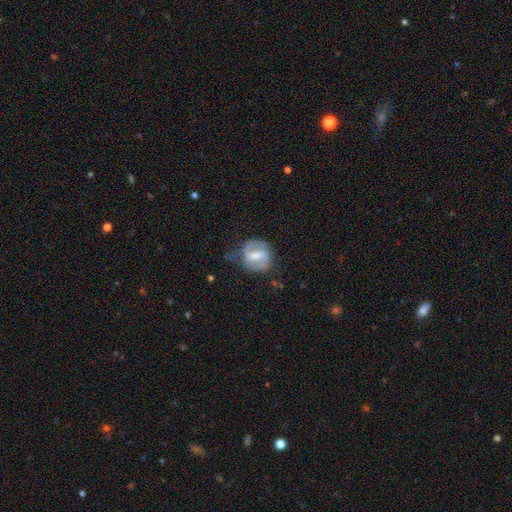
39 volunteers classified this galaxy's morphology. Overall: featured or disk (69%). Edge-on disk: no (93%). Bar: strong (52%; weak 32%). Spiral arms: yes (64%; no 36%). Spiral arm count: 2 (100%). Spiral winding: tight (38%; medium 31%). Bulge size: moderate (52%; none 20%). Merging: major disturbance (43%; minor disturbance 32%).